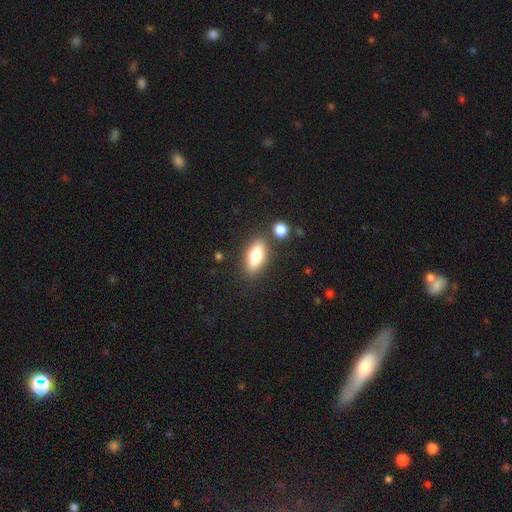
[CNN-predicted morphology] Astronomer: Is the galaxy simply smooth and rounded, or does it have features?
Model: smooth — 75%.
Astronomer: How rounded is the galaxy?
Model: in between — 81%.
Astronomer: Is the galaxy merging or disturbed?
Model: none — 80%.